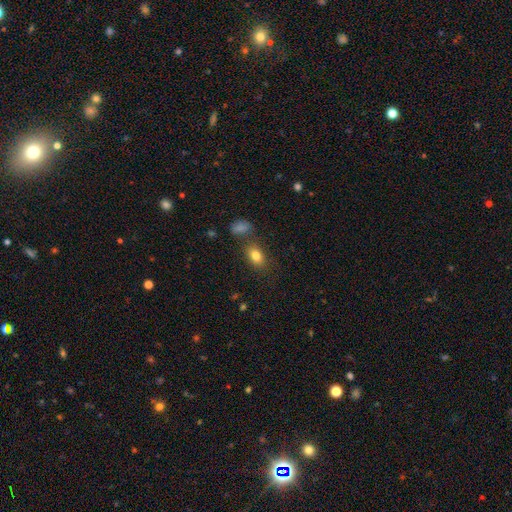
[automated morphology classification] A smooth galaxy with no disk features (81%) that is in between round and cigar-shaped (82%). Merging: none (73%).